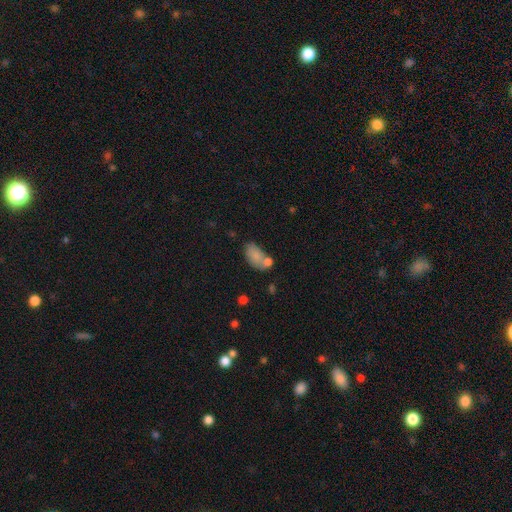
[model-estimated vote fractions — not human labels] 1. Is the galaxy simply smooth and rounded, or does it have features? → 80% smooth, 11% featured or disk, 9% star or artifact.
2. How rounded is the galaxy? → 91% in between, 7% round, 2% cigar-shaped.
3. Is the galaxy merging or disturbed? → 41% none, 31% merger, 19% minor disturbance, 8% major disturbance.